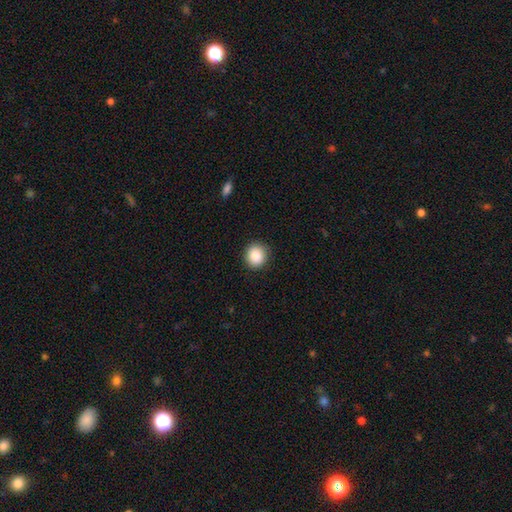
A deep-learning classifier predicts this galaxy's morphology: This is clearly a smooth galaxy (87%). How rounded: clearly round (87%). Merging: clearly none (90%).